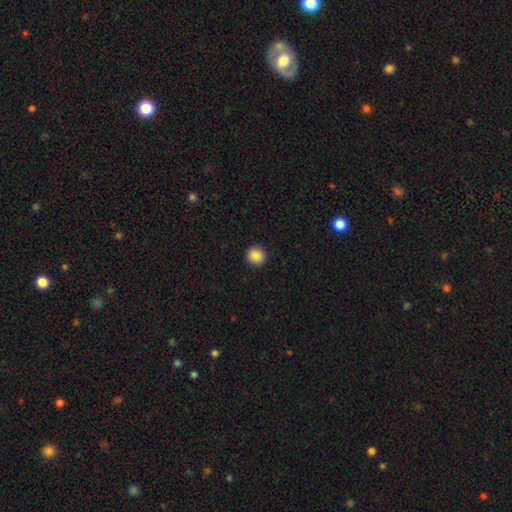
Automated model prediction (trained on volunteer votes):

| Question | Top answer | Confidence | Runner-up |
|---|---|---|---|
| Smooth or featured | smooth | 87% | star or artifact (9%) |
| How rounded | round | 93% | in between (6%) |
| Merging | none | 93% | minor disturbance (4%) |